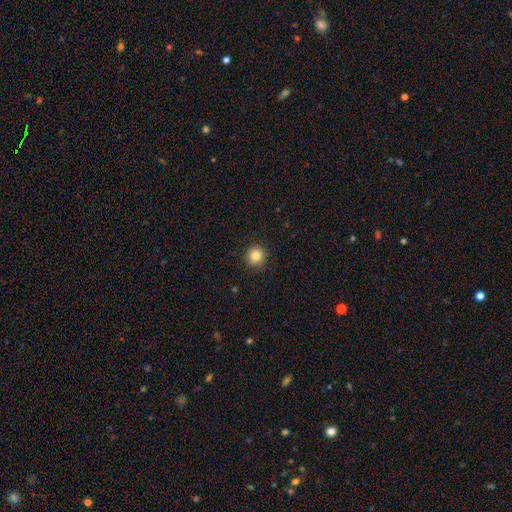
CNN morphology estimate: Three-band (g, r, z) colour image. It shows a smooth galaxy with no disk features (84%) that is round (92%). Merging: none (91%).